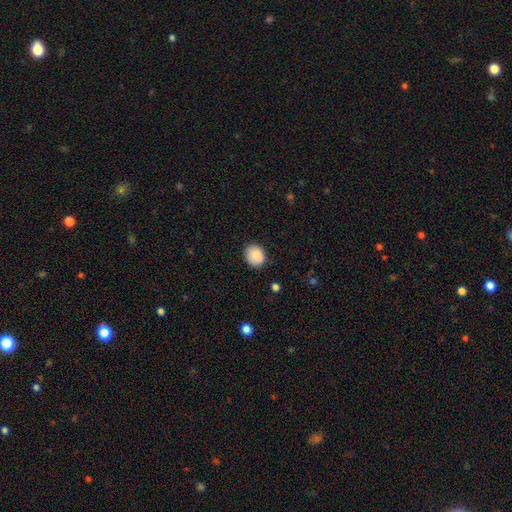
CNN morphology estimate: The model was most divided on "how rounded": round: 62%, in between: 38%, cigar-shaped: 1%. More confident: smooth or featured — smooth (85%); merging — none (79%).